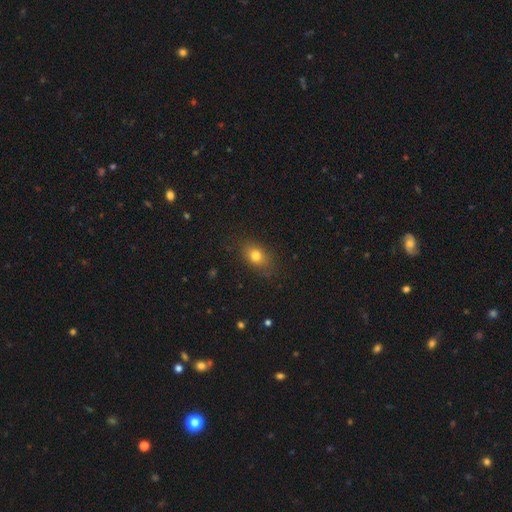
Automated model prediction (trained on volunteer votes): This appears to be a smooth galaxy with no disk features (78%) that is in between round and cigar-shaped (70%). Merging: none (81%).